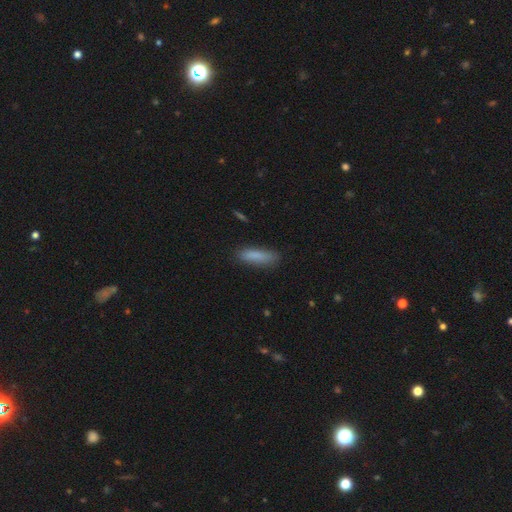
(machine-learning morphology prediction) This appears to be a smooth galaxy with no disk features (84%) that is cigar-shaped (68%). Merging: none (81%).